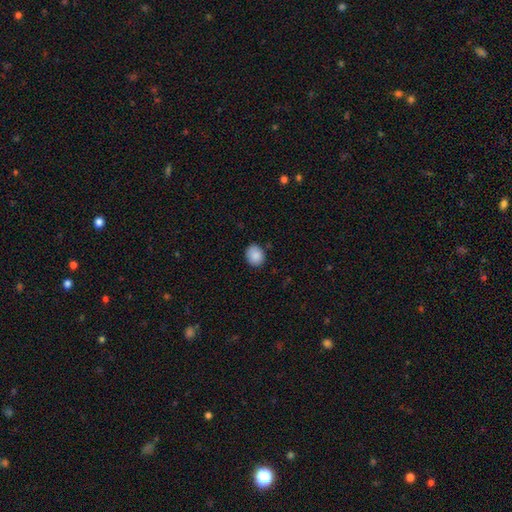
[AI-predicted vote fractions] smooth 89%, star or artifact 8%, featured or disk 4%. Down the decision tree: how rounded — round (65%); merging — none (85%).